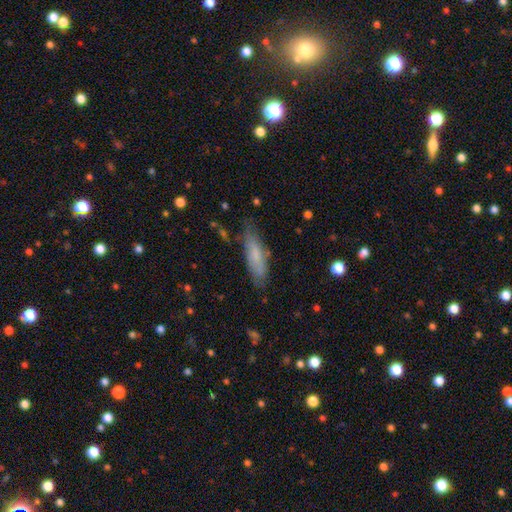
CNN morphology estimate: This appears to be a smooth galaxy with no disk features (68%) that is cigar-shaped (55%). Merging: none (70%).